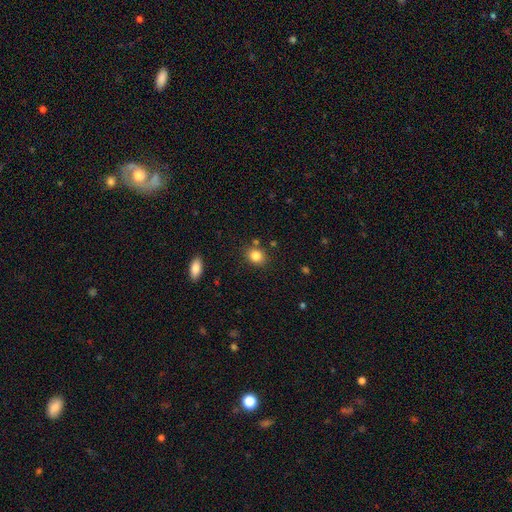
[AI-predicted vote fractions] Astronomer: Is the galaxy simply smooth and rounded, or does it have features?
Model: smooth — 84%.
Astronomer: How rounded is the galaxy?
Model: round — 63%.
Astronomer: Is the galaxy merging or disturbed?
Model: none — 81%.